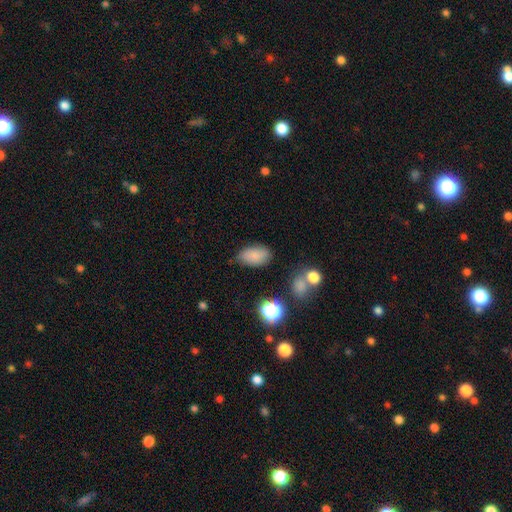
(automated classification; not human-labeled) The model was most divided on "merging": none: 73%, minor disturbance: 19%, major disturbance: 5%, merger: 4%. More confident: how rounded — in between (91%); smooth or featured — smooth (80%).